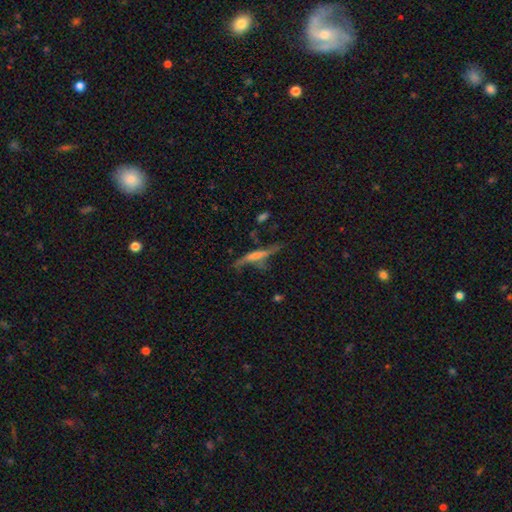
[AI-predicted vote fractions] featured or disk 53%, smooth 35%, star or artifact 12%. Down the decision tree: edge-on disk — yes (78%); merging — none (51%).